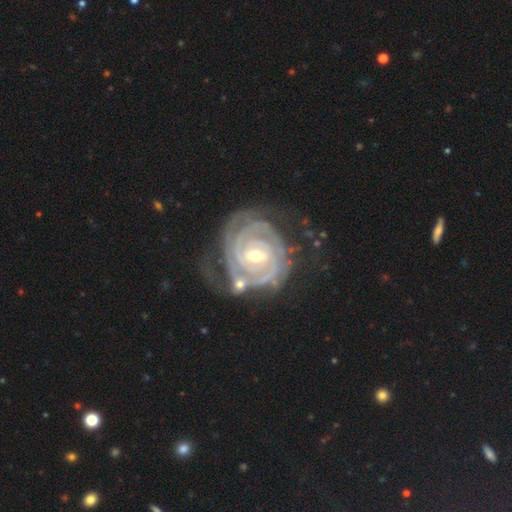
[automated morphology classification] This appears to be a featured or disk galaxy (92%) with a weak bar (46%), 2 (31%) tight (85%) spiral arms (98%) and a moderate central bulge (55%). Merging: none (58%).